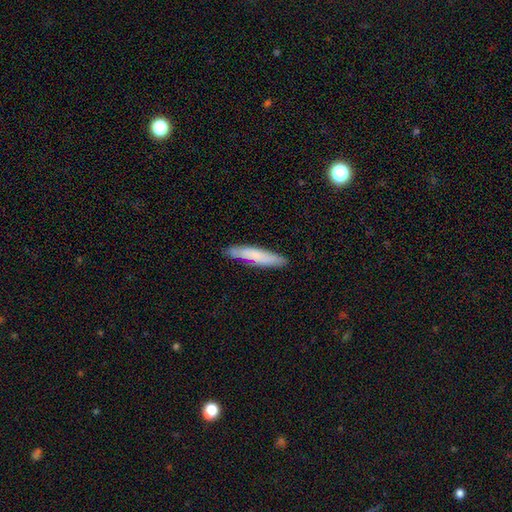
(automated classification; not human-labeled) Q: Smooth or featured?
A: smooth (68%); runner-up: featured or disk (26%)
Q: How rounded?
A: cigar-shaped (87%); runner-up: in between (12%)
Q: Merging?
A: none (80%); runner-up: minor disturbance (15%)